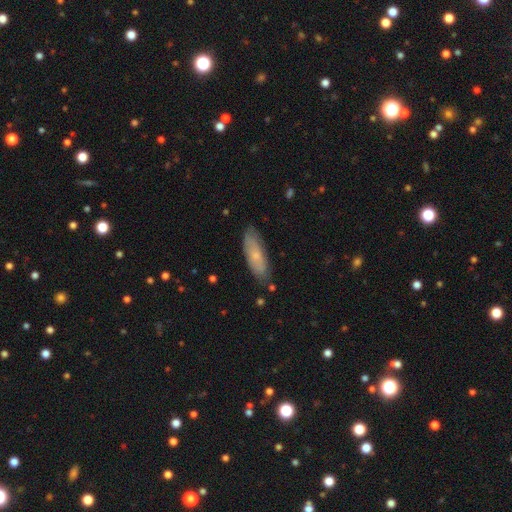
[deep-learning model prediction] Morphology: type=smooth (66%); roundness=in between (56%); merging=none (78%).